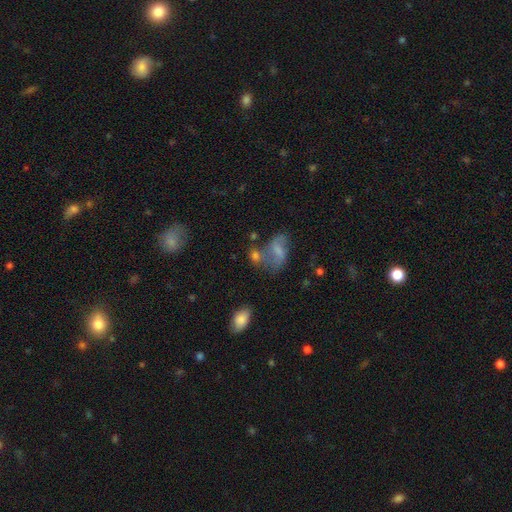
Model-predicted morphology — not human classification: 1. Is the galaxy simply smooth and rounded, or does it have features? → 51% featured or disk, 27% smooth, 23% star or artifact.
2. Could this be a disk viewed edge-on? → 95% no, 5% yes.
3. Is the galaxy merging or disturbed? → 51% none, 19% merger, 17% minor disturbance, 13% major disturbance.